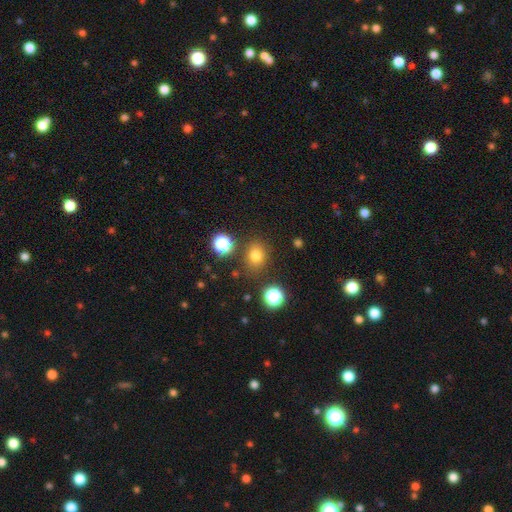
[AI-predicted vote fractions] This appears to be a smooth galaxy with no disk features (76%) that is round (59%). Merging: none (81%).